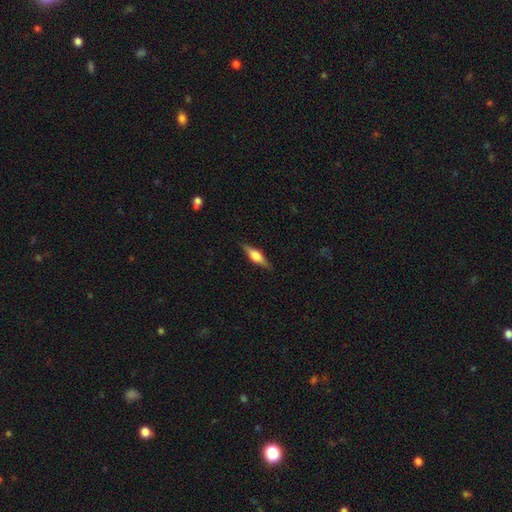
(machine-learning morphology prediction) The model was most divided on "smooth or featured": featured or disk: 53%, smooth: 40%, star or artifact: 6%. More confident: edge-on disk — yes (95%); merging — none (86%); edge-on bulge — rounded (84%).